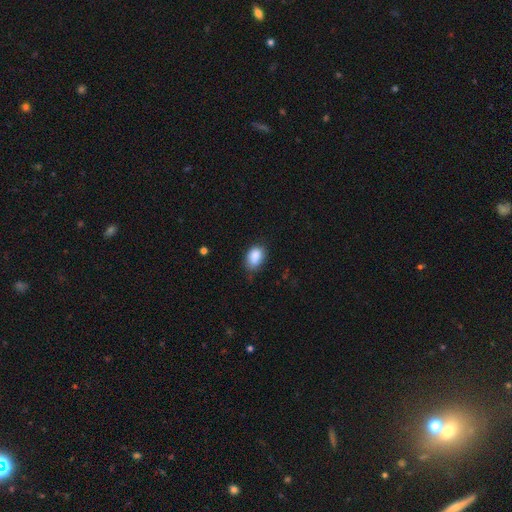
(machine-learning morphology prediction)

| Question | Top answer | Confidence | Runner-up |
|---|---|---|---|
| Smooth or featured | smooth | 87% | star or artifact (8%) |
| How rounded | in between | 83% | round (16%) |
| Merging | none | 66% | minor disturbance (27%) |